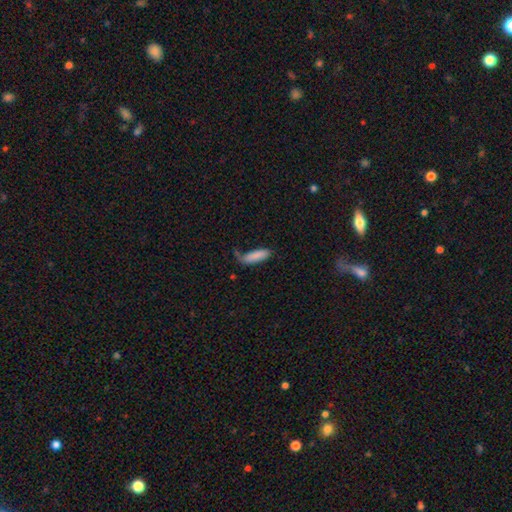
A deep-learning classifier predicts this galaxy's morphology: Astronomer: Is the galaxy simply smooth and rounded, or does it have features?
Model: smooth — 84%.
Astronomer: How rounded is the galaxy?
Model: in between — 49%, tied with cigar-shaped at 49%.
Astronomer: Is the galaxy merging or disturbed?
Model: none — 52% (runner-up: minor disturbance, 28%).